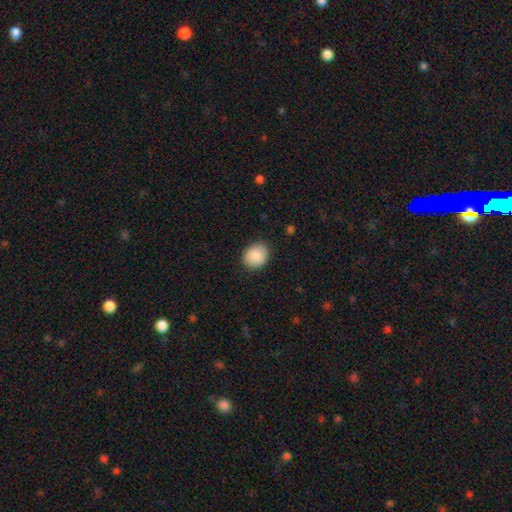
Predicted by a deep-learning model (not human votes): Overall: smooth (89%). How rounded: round (68%; in between 32%). Merging: none (87%).